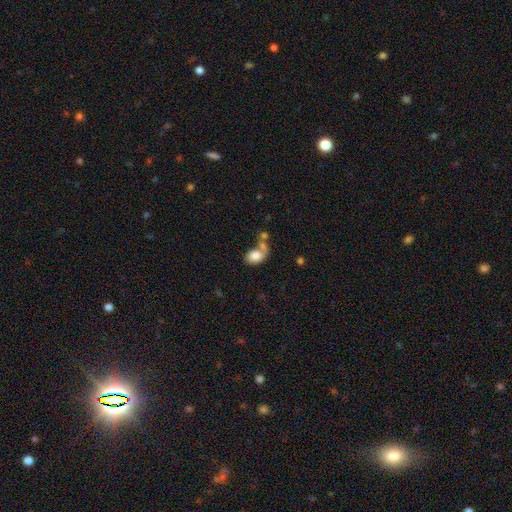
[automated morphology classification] type=smooth (79%); roundness=in between (80%); merging=merger (42%).